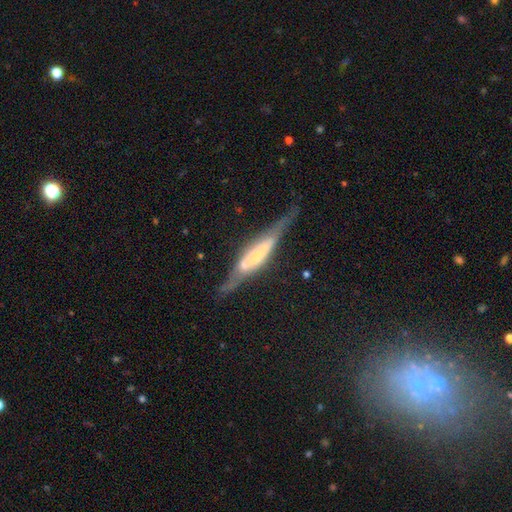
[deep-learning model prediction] featured or disk 72%, smooth 21%, star or artifact 7%. Down the decision tree: edge-on disk — yes (88%); edge-on bulge — boxy (54%); merging — none (64%).